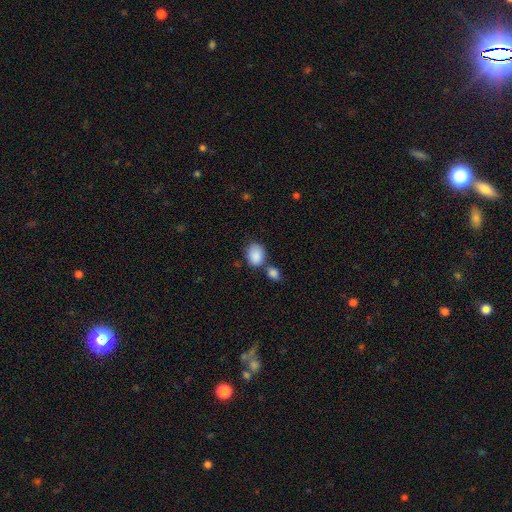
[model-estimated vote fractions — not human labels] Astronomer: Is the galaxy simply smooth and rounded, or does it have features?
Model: smooth — 88%.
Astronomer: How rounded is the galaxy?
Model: in between — 64%.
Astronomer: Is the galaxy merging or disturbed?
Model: none — 55%.